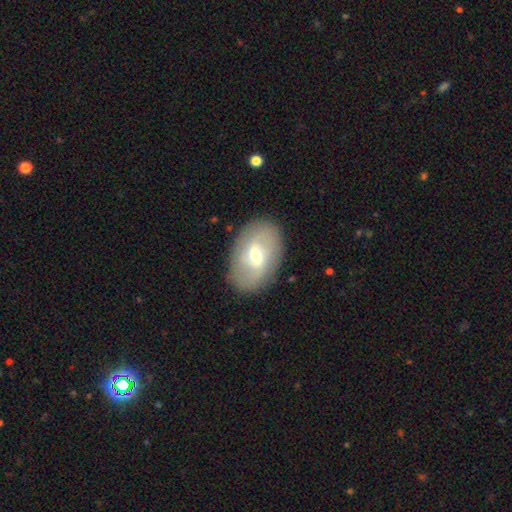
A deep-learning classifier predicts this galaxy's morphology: Q: Smooth or featured?
A: featured or disk (54%); runner-up: smooth (38%)
Q: Edge-on disk?
A: no (92%); runner-up: yes (8%)
Q: Bar?
A: weak (52%); runner-up: no (28%)
Q: Spiral arms?
A: yes (56%); runner-up: no (44%)
Q: Bulge size?
A: moderate (54%); runner-up: small (41%)
Q: Merging?
A: none (85%); runner-up: minor disturbance (10%)